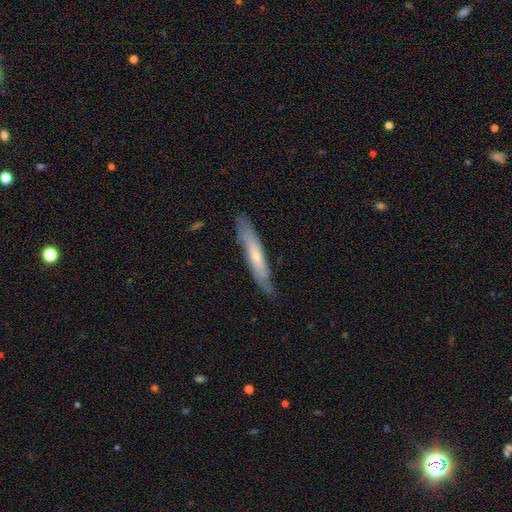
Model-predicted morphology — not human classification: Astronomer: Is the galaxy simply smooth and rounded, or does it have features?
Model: featured or disk — 49% (runner-up: smooth, 45%).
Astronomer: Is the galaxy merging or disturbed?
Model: none — 76%.